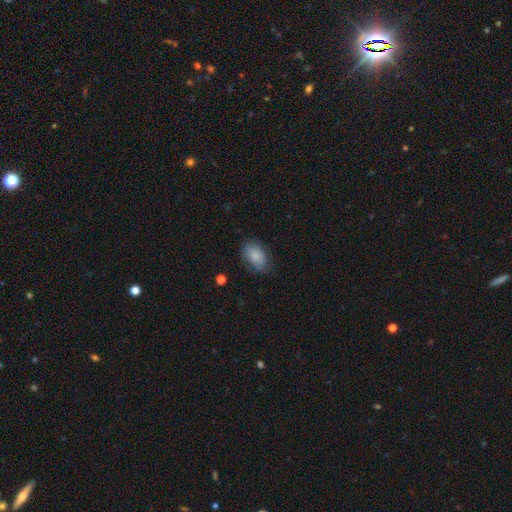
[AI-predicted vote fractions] A smooth galaxy with no disk features (81%) that is in between round and cigar-shaped (87%). Merging: none (67%).